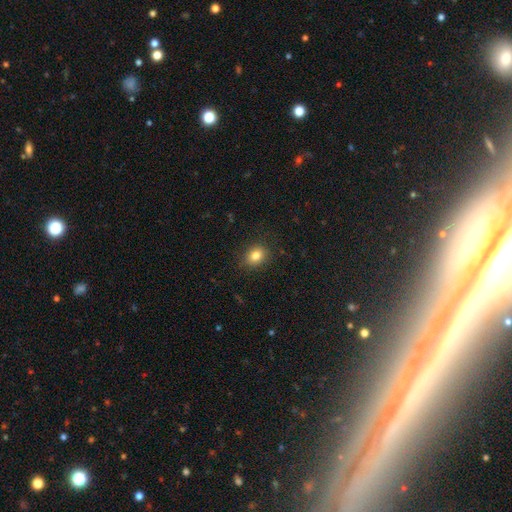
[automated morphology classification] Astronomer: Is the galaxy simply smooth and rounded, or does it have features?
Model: smooth — 83%.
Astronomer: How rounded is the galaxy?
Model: in between — 51% (runner-up: round, 48%).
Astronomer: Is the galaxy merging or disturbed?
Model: none — 87%.